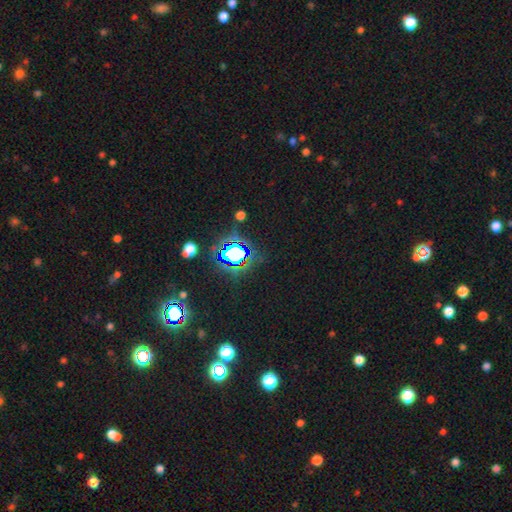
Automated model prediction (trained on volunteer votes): This appears to be a star or artifact, not a galaxy (80%).